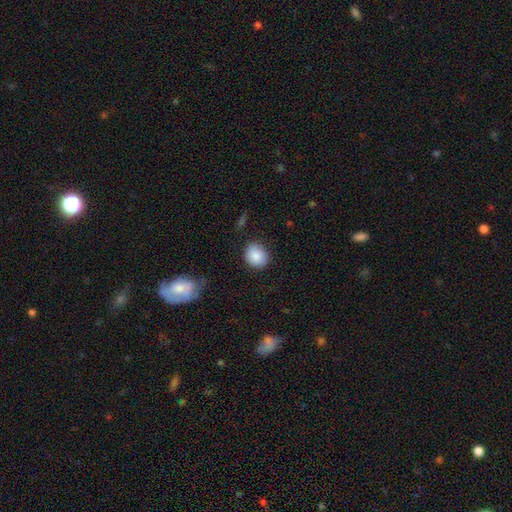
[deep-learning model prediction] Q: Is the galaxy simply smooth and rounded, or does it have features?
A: smooth — 87%.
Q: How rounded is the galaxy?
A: round — 68%.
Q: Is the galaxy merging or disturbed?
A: none — 82%.